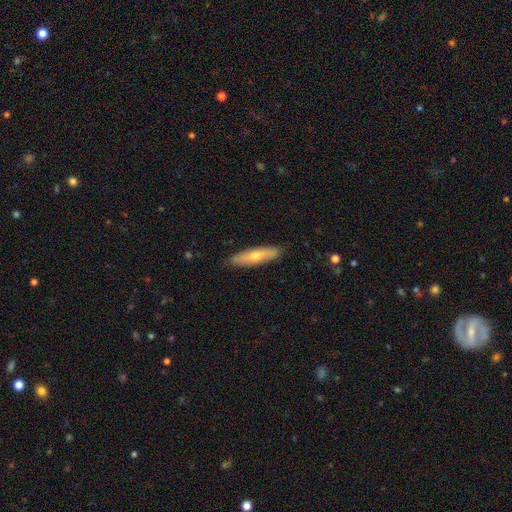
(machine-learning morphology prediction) The model was most divided on "smooth or featured": smooth: 52%, featured or disk: 42%, star or artifact: 6%. More confident: merging — none (88%); how rounded — cigar-shaped (75%).